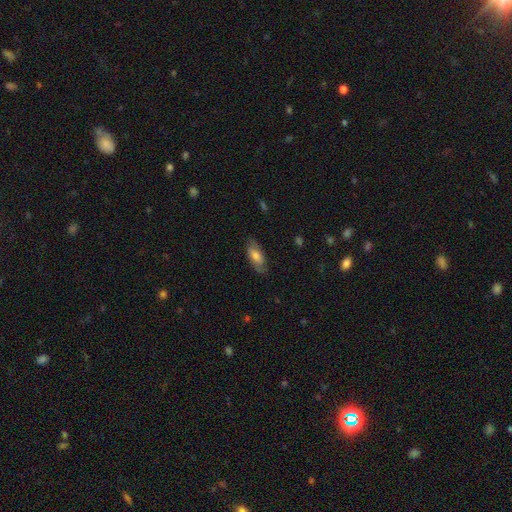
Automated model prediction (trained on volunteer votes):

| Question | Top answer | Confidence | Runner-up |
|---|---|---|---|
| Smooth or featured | smooth | 57% | featured or disk (37%) |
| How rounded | in between | 83% | cigar-shaped (14%) |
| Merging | none | 77% | minor disturbance (17%) |